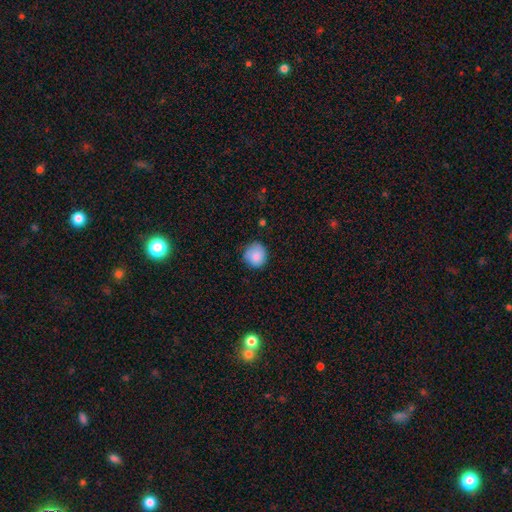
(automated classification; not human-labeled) This is clearly a smooth galaxy (86%). How rounded: clearly round (90%). Merging: likely none (78%).